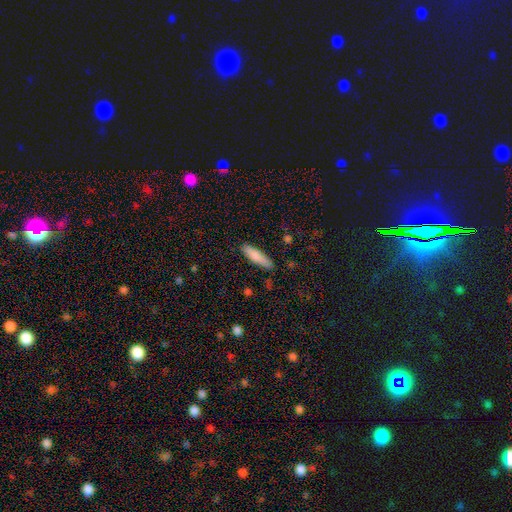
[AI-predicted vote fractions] Smooth or featured: smooth — 83% (featured or disk — 10%)
How rounded: cigar-shaped — 71% (in between — 28%)
Merging: none — 84% (minor disturbance — 12%)